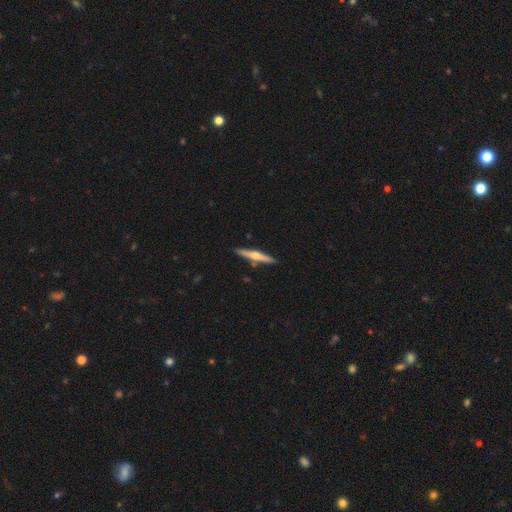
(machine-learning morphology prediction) featured or disk 61%, smooth 34%, star or artifact 5%. Down the decision tree: edge-on disk — yes (97%); edge-on bulge — rounded (87%); merging — none (87%).